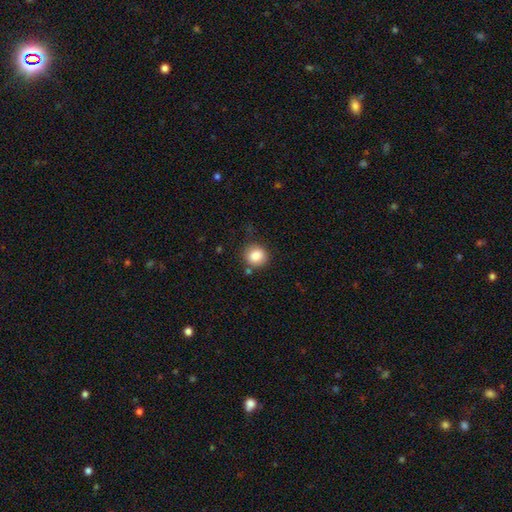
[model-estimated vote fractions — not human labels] Smooth or featured? smooth (85%)
How rounded? round (86%)
Merging? none (80%)